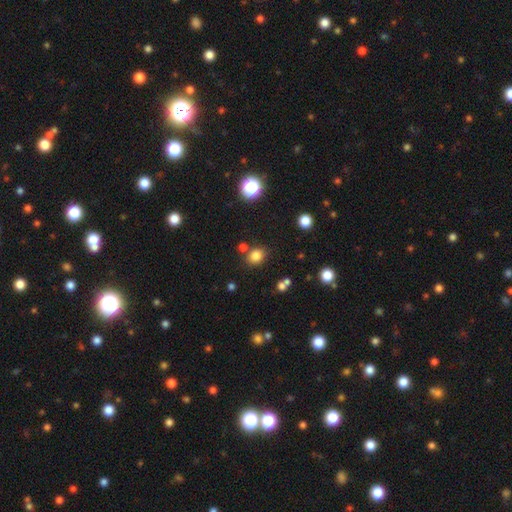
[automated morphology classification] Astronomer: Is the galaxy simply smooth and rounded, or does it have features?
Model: smooth — 80%.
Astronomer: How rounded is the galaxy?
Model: round — 61% (runner-up: in between, 38%).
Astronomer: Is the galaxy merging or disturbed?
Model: none — 74%.